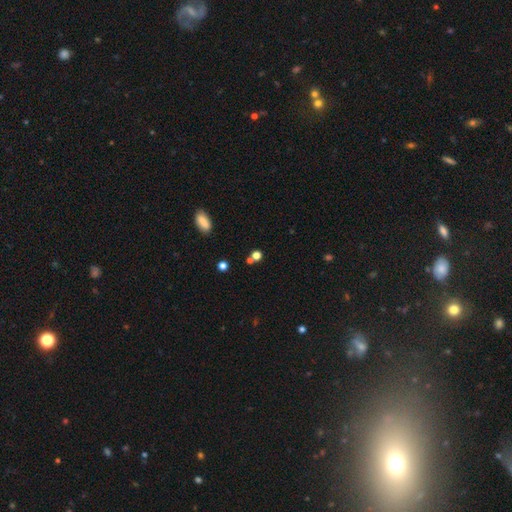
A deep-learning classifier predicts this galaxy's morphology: Overall: smooth (65%; star or artifact 27%). How rounded: round (78%). Merging: none (67%).